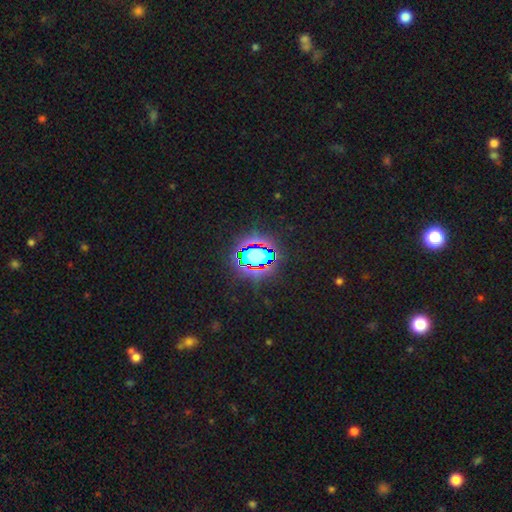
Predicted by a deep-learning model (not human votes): The model was most divided on "smooth or featured": star or artifact: 66%, smooth: 21%, featured or disk: 12%.